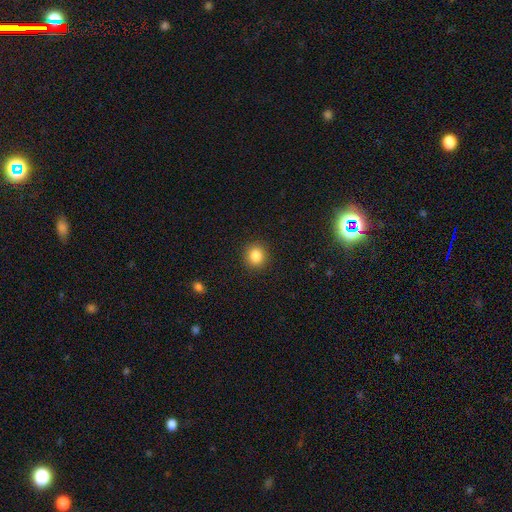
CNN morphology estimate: Smooth or featured: smooth — 85% (star or artifact — 10%)
How rounded: round — 87% (in between — 13%)
Merging: none — 91% (minor disturbance — 6%)